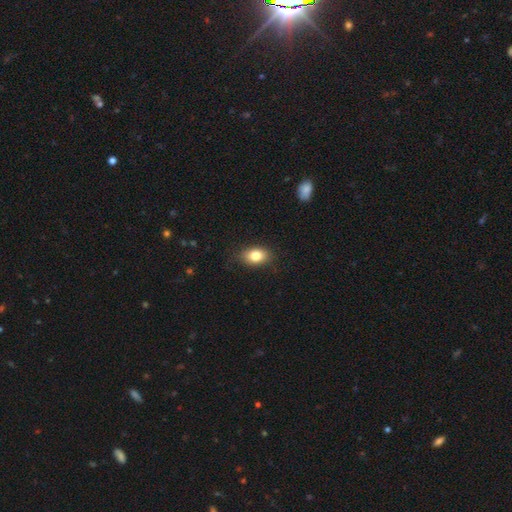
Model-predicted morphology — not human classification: smooth-or-featured: smooth: 82% | featured or disk: 9% | star or artifact: 9%
  how-rounded: in between: 79% | round: 19% | cigar-shaped: 2%
  merging: none: 83% | minor disturbance: 13% | major disturbance: 3% | merger: 1%